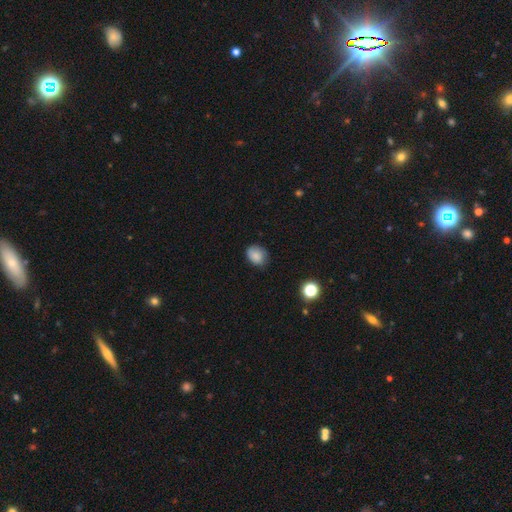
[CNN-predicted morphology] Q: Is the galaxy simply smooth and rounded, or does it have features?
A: smooth — 84%.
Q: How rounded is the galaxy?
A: in between — 60%.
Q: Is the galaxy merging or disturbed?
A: none — 72%.